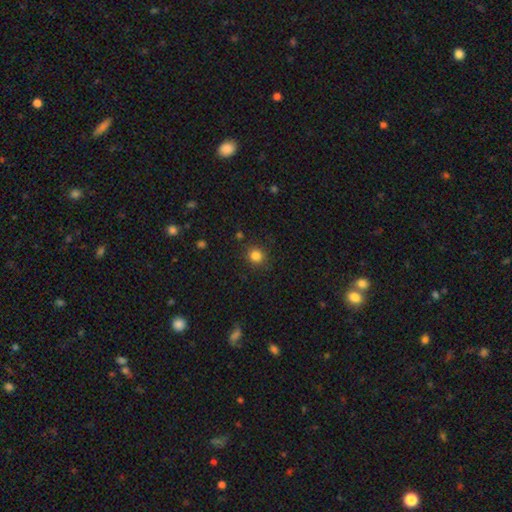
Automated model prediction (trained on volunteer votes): A smooth galaxy with no disk features (83%) that is round (90%). Merging: none (88%).